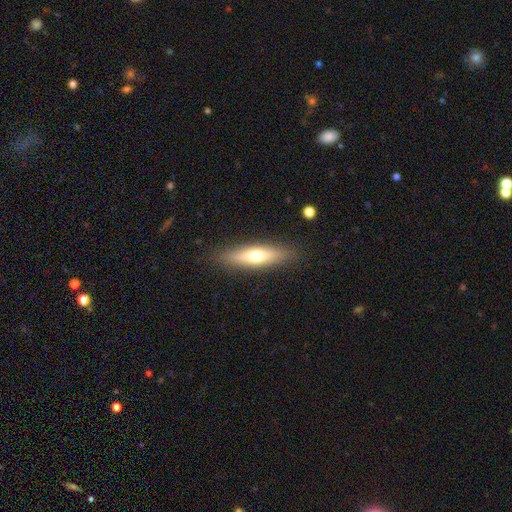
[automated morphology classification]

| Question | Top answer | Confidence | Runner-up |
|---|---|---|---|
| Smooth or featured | smooth | 60% | featured or disk (34%) |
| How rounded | cigar-shaped | 71% | in between (27%) |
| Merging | none | 88% | minor disturbance (9%) |